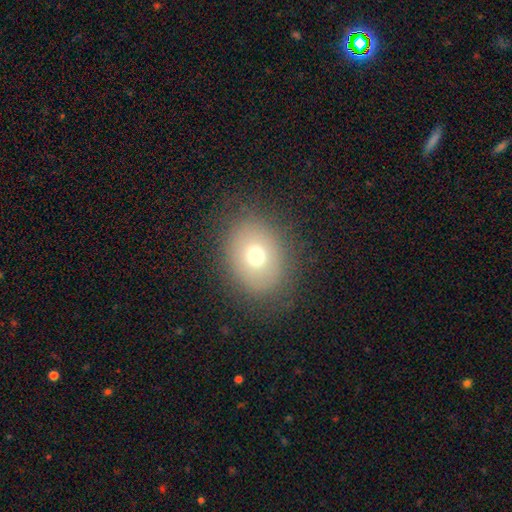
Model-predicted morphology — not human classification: Smooth or featured: smooth — 69% (featured or disk — 17%)
How rounded: in between — 52% (round — 47%)
Merging: none — 82% (minor disturbance — 11%)